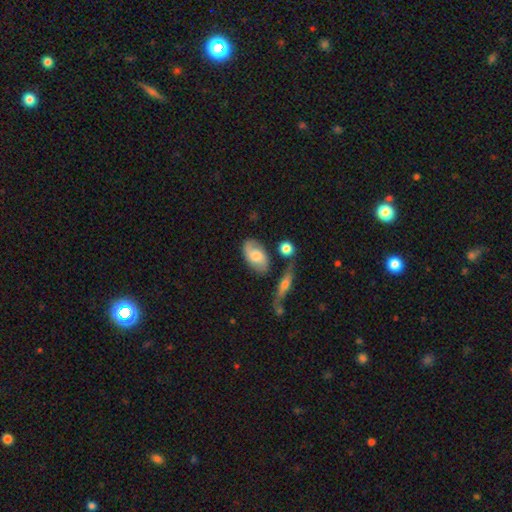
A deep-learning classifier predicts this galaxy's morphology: This appears to be a smooth galaxy with no disk features (49%). Merging: none (68%).